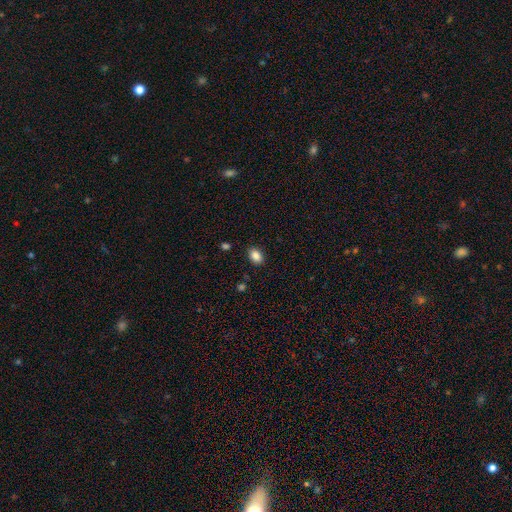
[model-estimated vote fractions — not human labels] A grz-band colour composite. It shows a smooth galaxy with no disk features (87%) that is in between round and cigar-shaped (77%). Merging: none (87%).